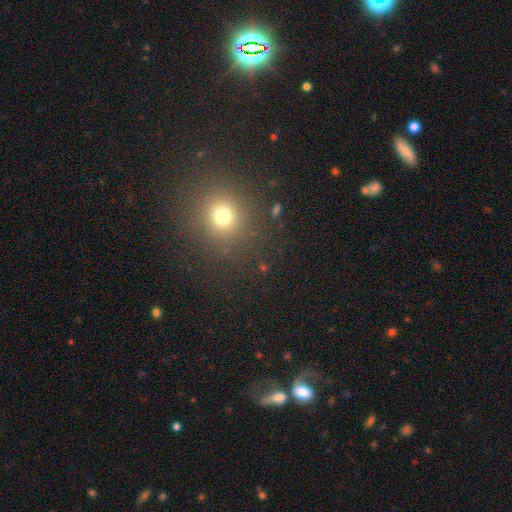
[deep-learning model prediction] Q: Smooth or featured?
A: smooth (56%); runner-up: star or artifact (37%)
Q: How rounded?
A: round (89%); runner-up: in between (10%)
Q: Merging?
A: none (90%); runner-up: minor disturbance (5%)